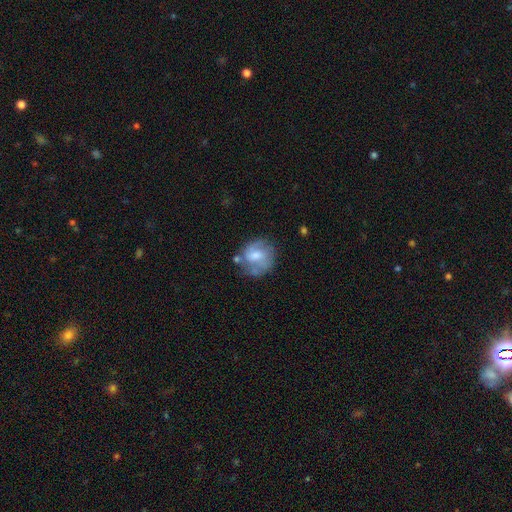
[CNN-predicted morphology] Smooth or featured: featured or disk — 50% (smooth — 43%)
Merging: none — 54% (minor disturbance — 26%)